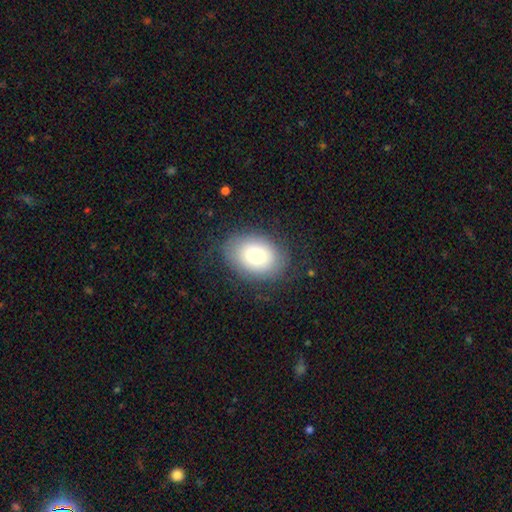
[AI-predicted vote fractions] smooth-or-featured: smooth: 74% | featured or disk: 17% | star or artifact: 9%
  how-rounded: in between: 67% | round: 32% | cigar-shaped: 1%
  merging: none: 79% | minor disturbance: 14% | major disturbance: 6% | merger: 1%